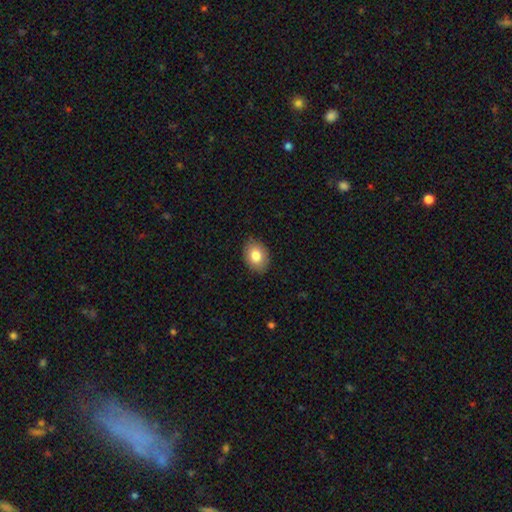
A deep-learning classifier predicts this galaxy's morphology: smooth-or-featured: smooth: 82% | featured or disk: 11% | star or artifact: 7%
  how-rounded: in between: 70% | round: 29% | cigar-shaped: 1%
  merging: none: 86% | minor disturbance: 11% | major disturbance: 2% | merger: 1%